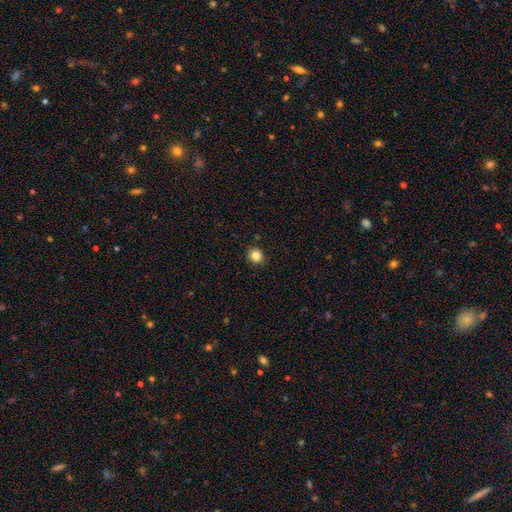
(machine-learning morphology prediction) Smooth or featured? smooth (83%)
How rounded? round (85%)
Merging? none (90%)